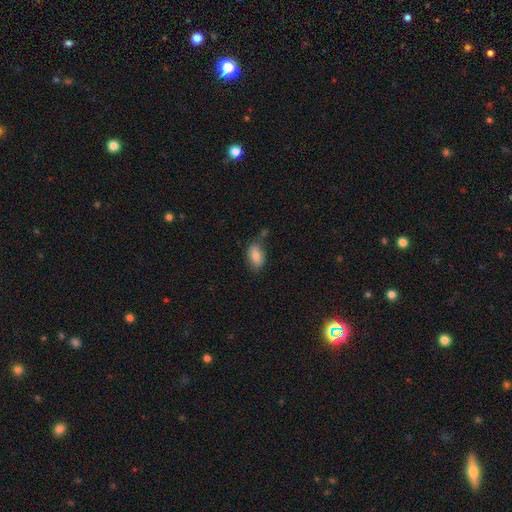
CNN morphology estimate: Smooth or featured? smooth (78%)
How rounded? in between (90%)
Merging? none (67%)